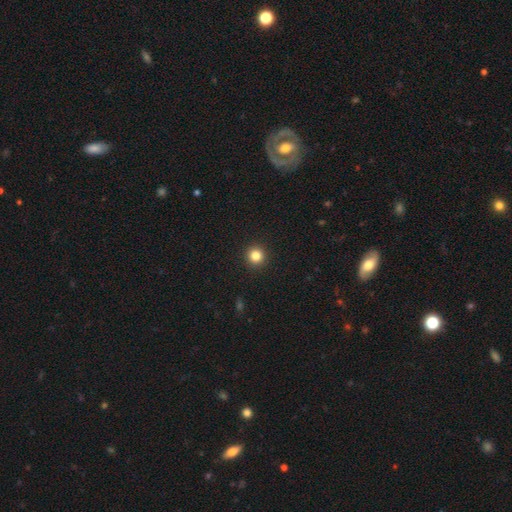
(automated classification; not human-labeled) smooth_or_featured: smooth (p=0.83) [alt: star or artifact p=0.12]
how_rounded: round (p=0.95) [alt: in between p=0.04]
merging: none (p=0.94) [alt: minor disturbance p=0.04]